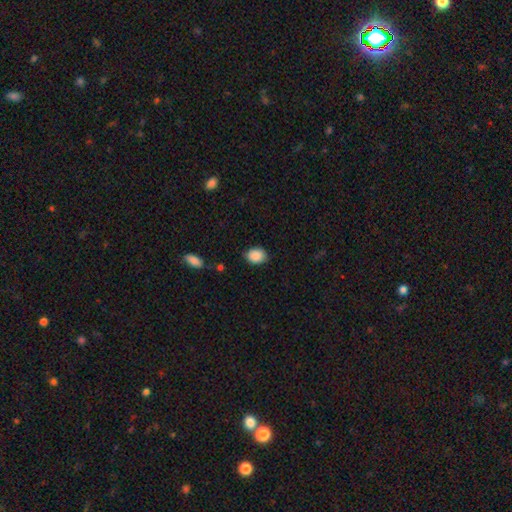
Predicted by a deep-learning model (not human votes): smooth_or_featured: smooth (p=0.89) [alt: star or artifact p=0.07]
how_rounded: in between (p=0.65) [alt: round p=0.34]
merging: none (p=0.83) [alt: minor disturbance p=0.13]